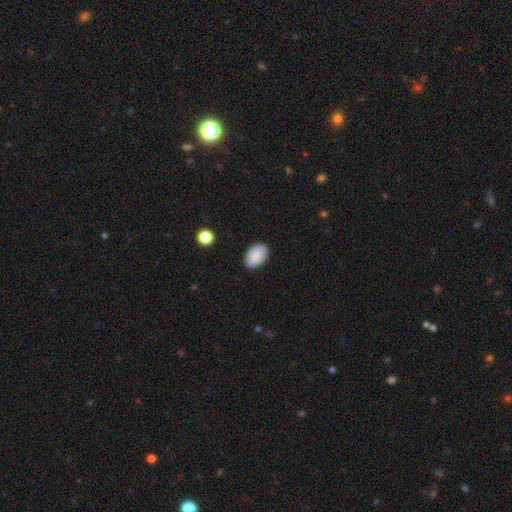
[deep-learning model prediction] The model was most divided on "merging": none: 86%, minor disturbance: 11%, major disturbance: 2%, merger: 1%. More confident: how rounded — in between (90%); smooth or featured — smooth (86%).